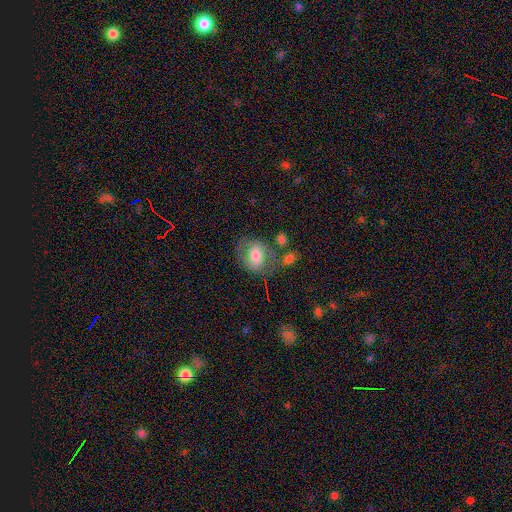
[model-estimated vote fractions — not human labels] This is possibly a smooth galaxy (59%). How rounded: possibly in between (60%). Merging: possibly none (57%).